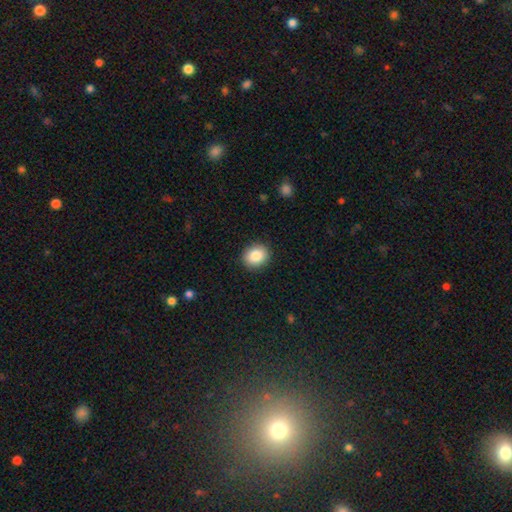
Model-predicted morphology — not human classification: Smooth or featured: smooth — 86% (star or artifact — 8%)
How rounded: round — 59% (in between — 40%)
Merging: none — 90% (minor disturbance — 7%)